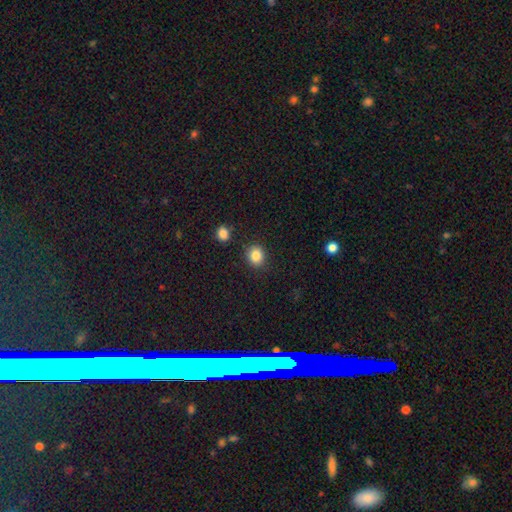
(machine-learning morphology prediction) type=smooth (85%); roundness=round (76%); merging=none (87%).